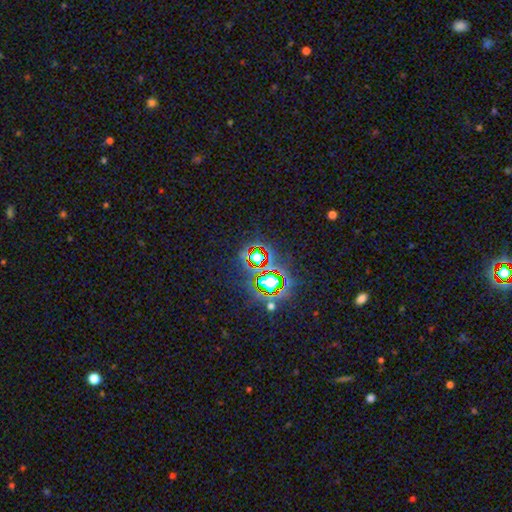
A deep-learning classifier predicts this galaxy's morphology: type=star or artifact (78%).